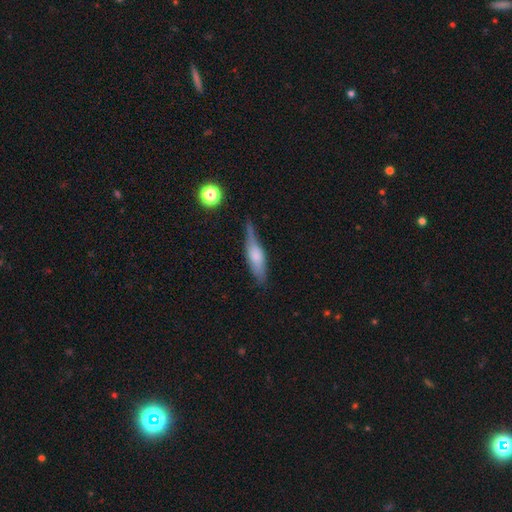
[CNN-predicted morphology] smooth_or_featured: smooth (p=0.53) [alt: featured or disk p=0.40]
how_rounded: cigar-shaped (p=0.62) [alt: in between p=0.35]
merging: none (p=0.62) [alt: minor disturbance p=0.27]